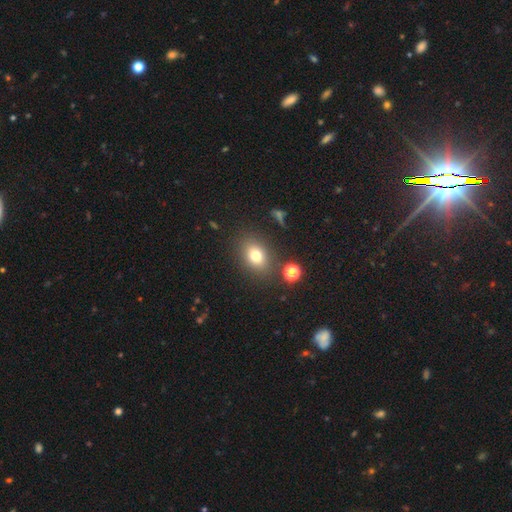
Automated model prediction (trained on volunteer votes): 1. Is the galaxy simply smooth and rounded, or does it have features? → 75% smooth, 14% star or artifact, 12% featured or disk.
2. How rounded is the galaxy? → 66% in between, 32% round, 2% cigar-shaped.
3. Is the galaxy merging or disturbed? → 81% none, 10% minor disturbance, 4% merger, 4% major disturbance.